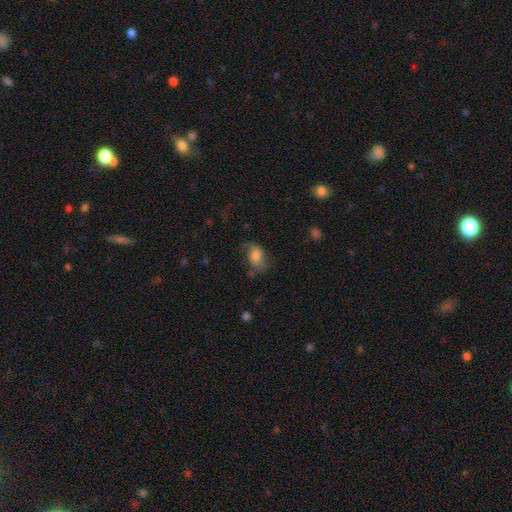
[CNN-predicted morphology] Smooth or featured? Predicted: smooth (p=0.67). How rounded? Predicted: in between (p=0.78). Merging? Predicted: none (p=0.51).